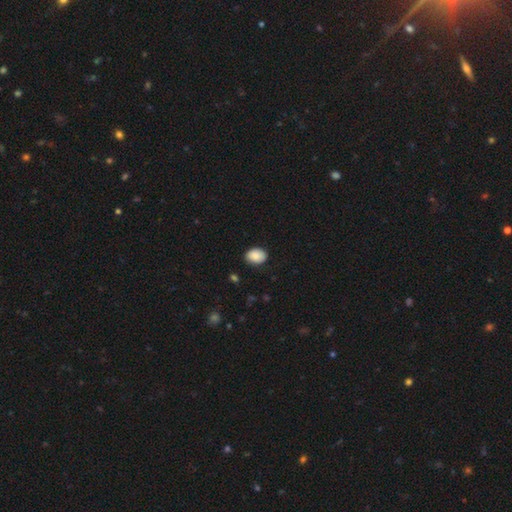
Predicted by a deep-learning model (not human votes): smooth 88%, star or artifact 7%, featured or disk 5%. Down the decision tree: how rounded — in between (70%); merging — none (85%).